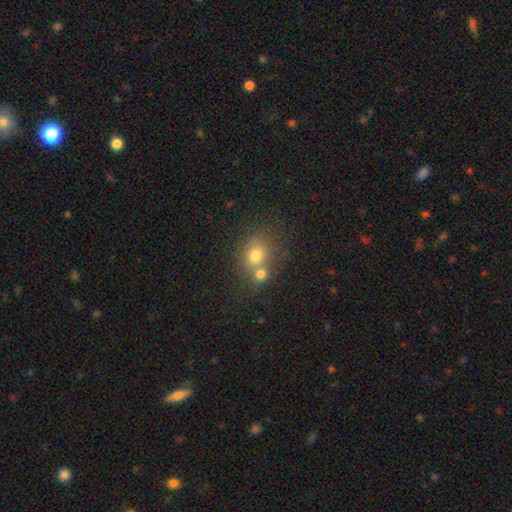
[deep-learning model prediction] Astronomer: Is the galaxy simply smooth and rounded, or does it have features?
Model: smooth — 74%.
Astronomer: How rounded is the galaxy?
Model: round — 70%.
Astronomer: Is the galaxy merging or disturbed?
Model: merger — 49% (runner-up: none, 39%).